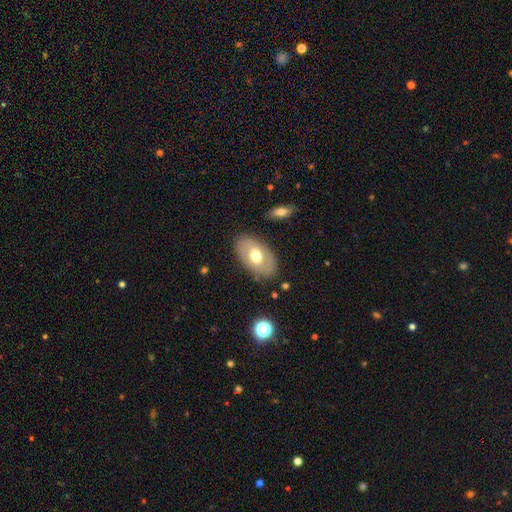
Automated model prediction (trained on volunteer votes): This is possibly a smooth galaxy (54%). How rounded: clearly in between (91%). Merging: clearly none (82%).